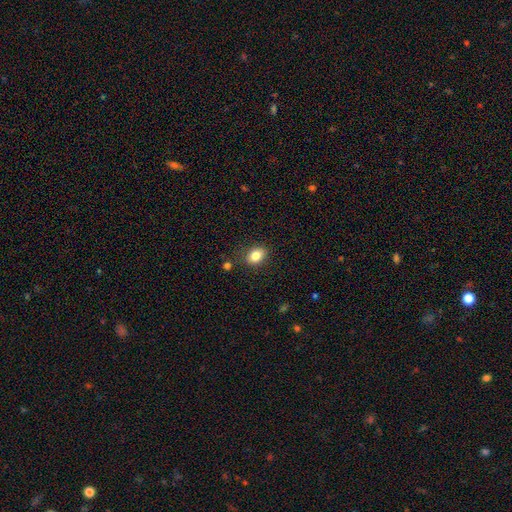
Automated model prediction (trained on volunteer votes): Overall: smooth (83%). How rounded: in between (69%; round 30%). Merging: none (83%).